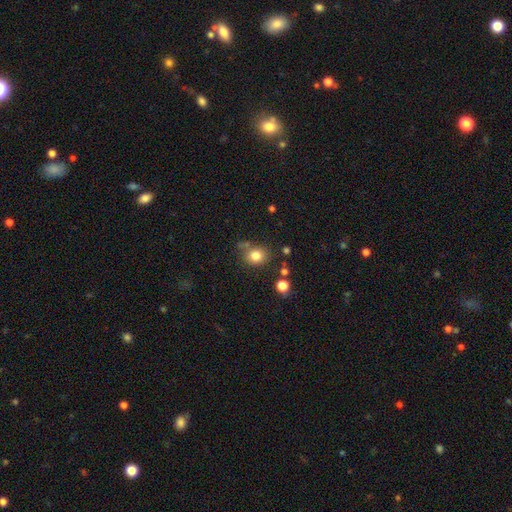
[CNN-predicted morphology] This appears to be a smooth galaxy with no disk features (81%) that is round (67%). Merging: none (69%).